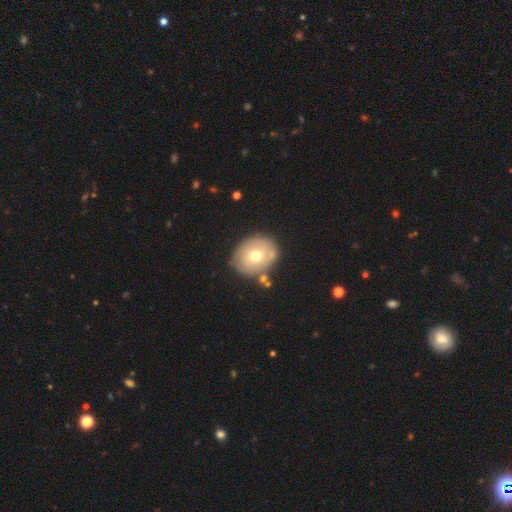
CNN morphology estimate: A smooth galaxy with no disk features (62%) that is round (61%).

Vote fractions:
- Smooth or featured? smooth: 62% / featured or disk: 30% / star or artifact: 8%
- How rounded? round: 61% / in between: 38% / cigar-shaped: 1%
- Merging? none: 74% / minor disturbance: 14% / merger: 7% / major disturbance: 4%